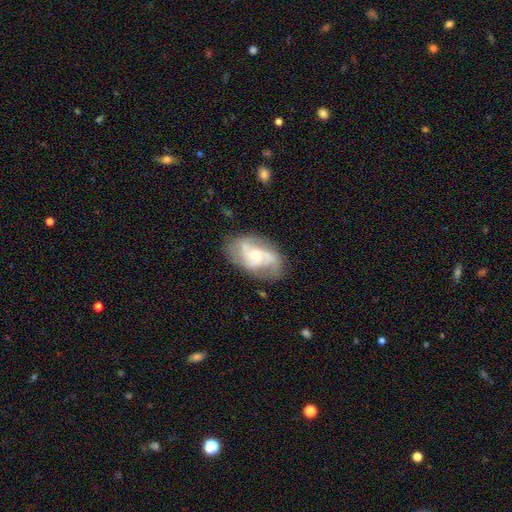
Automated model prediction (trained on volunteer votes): Overall: featured or disk (81%). Edge-on disk: no (97%). Bar: no (58%; weak 34%). Spiral arms: yes (95%). Spiral arm count: 2 (52%; 3 25%). Spiral winding: medium (49%; loose 27%). Bulge size: small (52%; moderate 43%). Merging: none (72%).